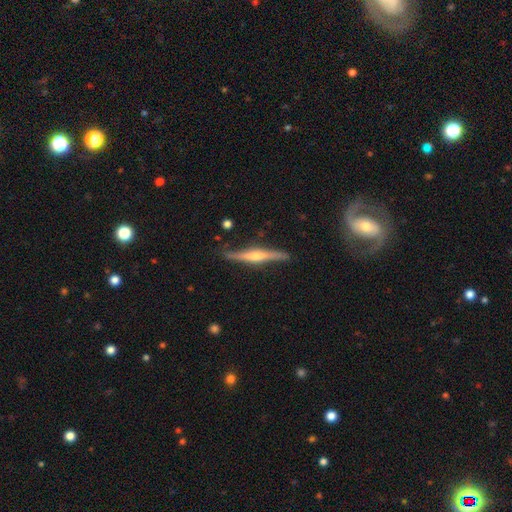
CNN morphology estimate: A featured or disk galaxy (79%) viewed edge-on (96%) with a rounded central bulge (82%). Merging: none (82%).